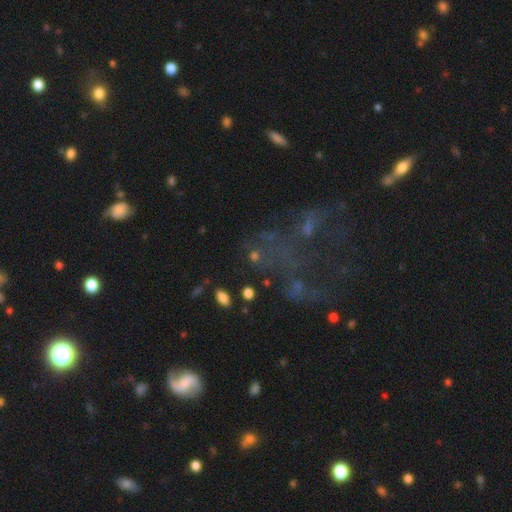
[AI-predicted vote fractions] This is marginally a smooth galaxy (39%). Merging: possibly none (57%).